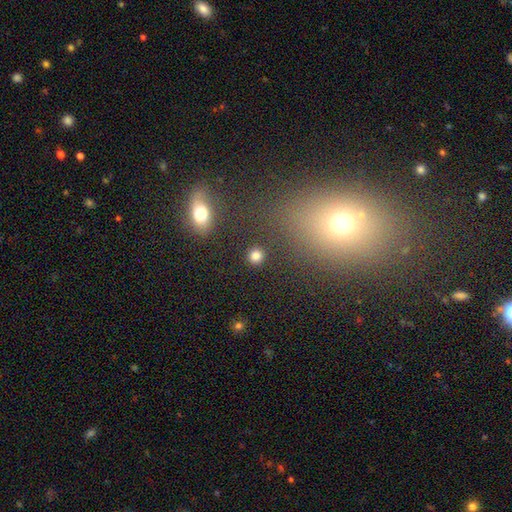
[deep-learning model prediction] smooth-or-featured: smooth: 82% | star or artifact: 13% | featured or disk: 5%
  how-rounded: round: 92% | in between: 7% | cigar-shaped: 1%
  merging: none: 90% | minor disturbance: 5% | merger: 2% | major disturbance: 2%